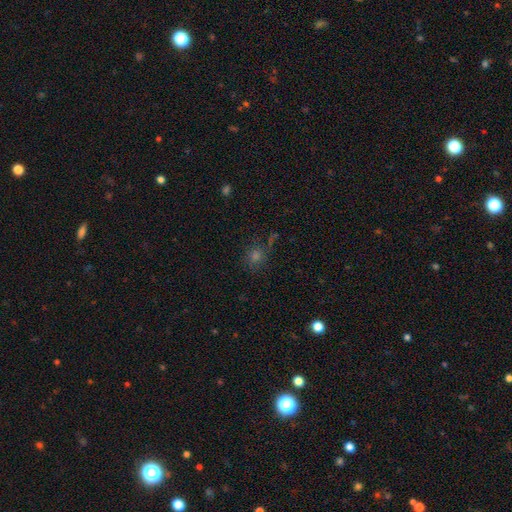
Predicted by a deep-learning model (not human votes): Overall: smooth (53%; star or artifact 36%). How rounded: round (83%). Merging: none (72%).